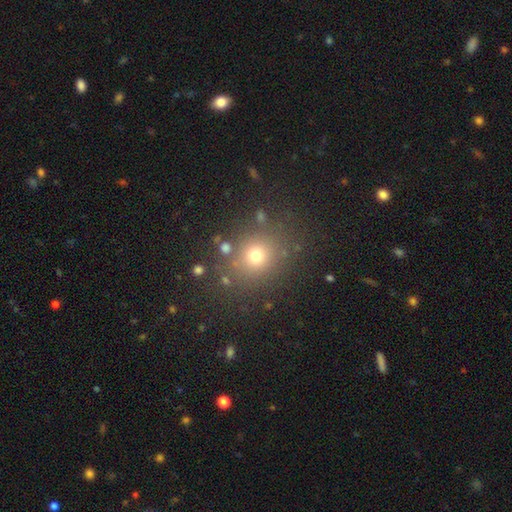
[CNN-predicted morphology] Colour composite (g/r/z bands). It shows a smooth galaxy with no disk features (70%) that is round (78%). Merging: none (81%).